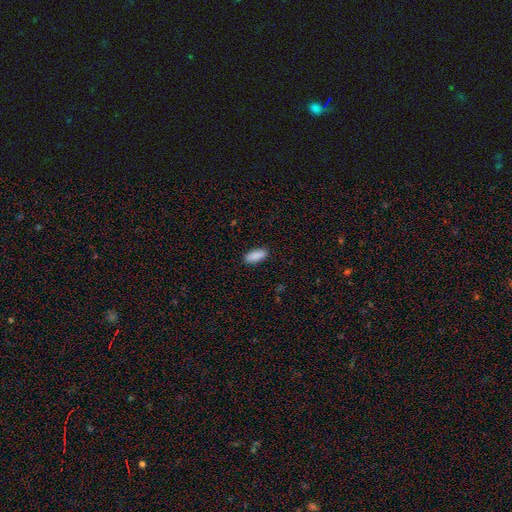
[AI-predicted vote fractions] Morphology: type=smooth (90%); roundness=in between (81%); merging=none (88%).